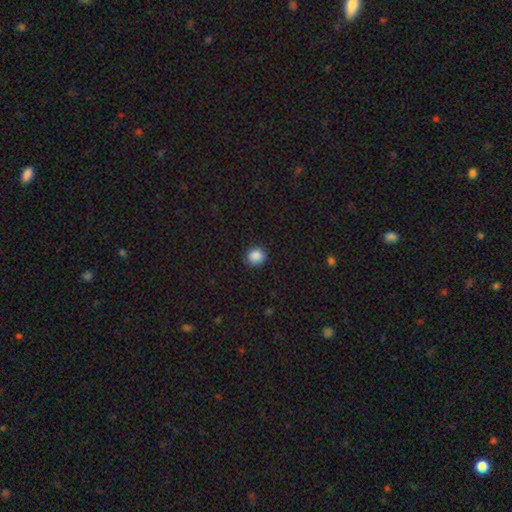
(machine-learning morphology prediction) type=smooth (88%); roundness=round (82%); merging=none (88%).